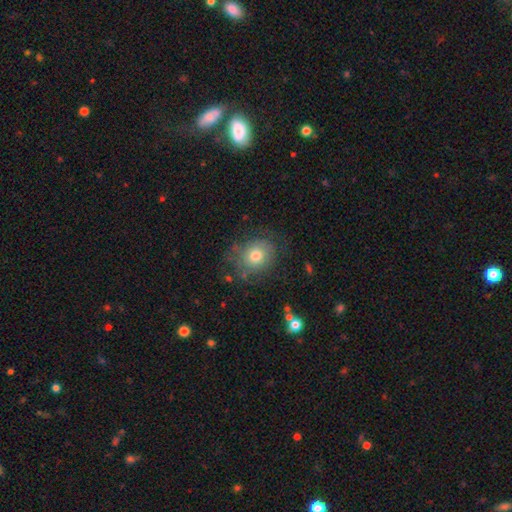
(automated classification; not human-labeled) smooth_or_featured: smooth (p=0.72) [alt: featured or disk p=0.17]
how_rounded: round (p=0.75) [alt: in between p=0.24]
merging: none (p=0.70) [alt: minor disturbance p=0.19]